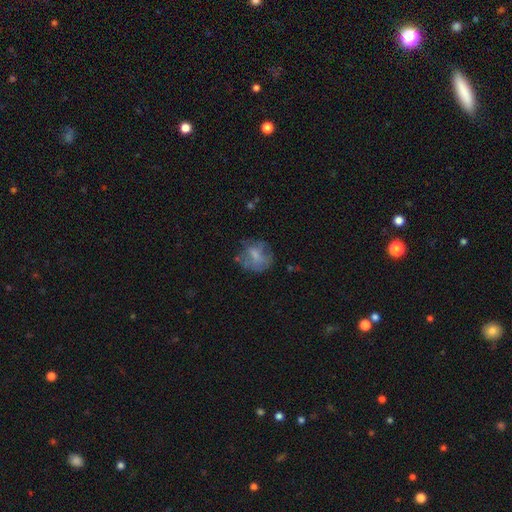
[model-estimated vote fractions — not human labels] smooth_or_featured: smooth (p=0.51) [alt: featured or disk p=0.38]
how_rounded: round (p=0.73) [alt: in between p=0.26]
merging: none (p=0.55) [alt: minor disturbance p=0.23]